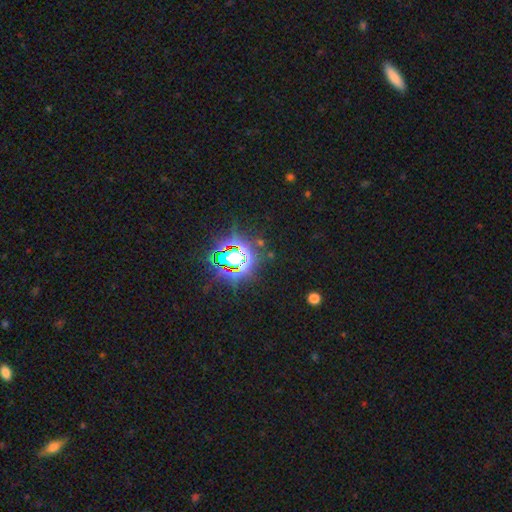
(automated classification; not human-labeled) smooth_or_featured: star or artifact (p=0.83) [alt: smooth p=0.10]